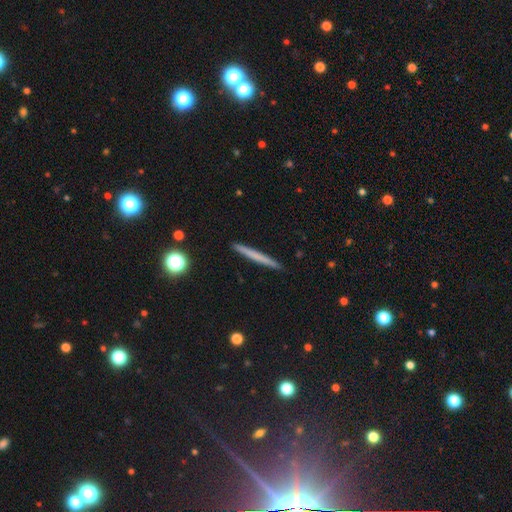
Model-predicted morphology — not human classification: A smooth galaxy with no disk features (58%) that is cigar-shaped (97%).

Vote fractions:
- Smooth or featured? smooth: 58% / featured or disk: 35% / star or artifact: 6%
- How rounded? cigar-shaped: 97% / in between: 2% / round: 1%
- Merging? none: 92% / minor disturbance: 6% / major disturbance: 1% / merger: 1%